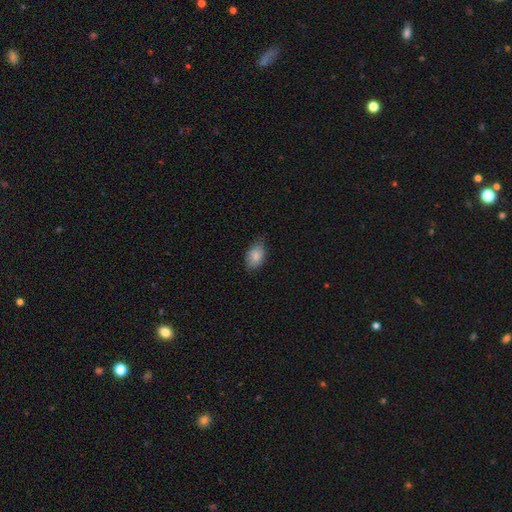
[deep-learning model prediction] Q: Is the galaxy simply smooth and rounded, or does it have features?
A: smooth — 84%.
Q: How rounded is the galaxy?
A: in between — 90%.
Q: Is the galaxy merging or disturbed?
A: none — 72%.